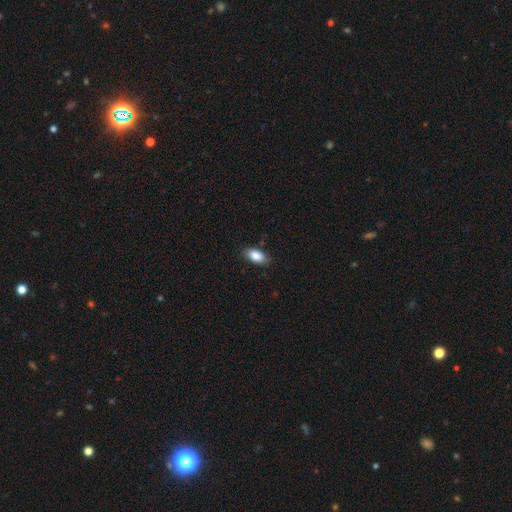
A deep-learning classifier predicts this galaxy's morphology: This is clearly a smooth galaxy (86%). How rounded: clearly in between (92%). Merging: clearly none (86%).